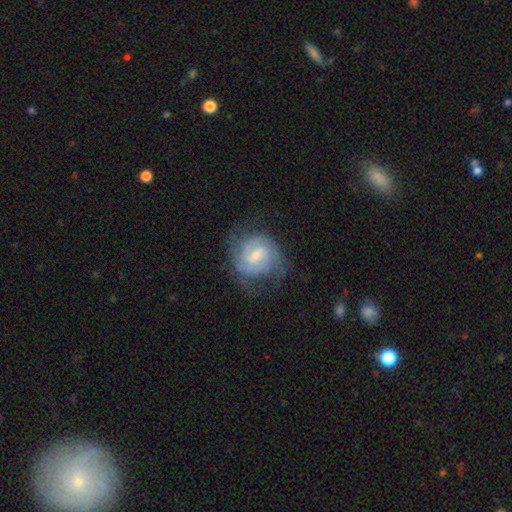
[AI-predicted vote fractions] Smooth or featured: featured or disk — 77% (smooth — 17%)
Edge-on disk: no — 98% (yes — 2%)
Bar: weak — 63% (no — 20%)
Spiral arms: yes — 92% (no — 8%)
Spiral winding: tight — 46% (medium — 41%)
Spiral arm count: 2 — 57% (can't tell — 24%)
Bulge size: small — 53% (moderate — 37%)
Merging: none — 63% (minor disturbance — 21%)